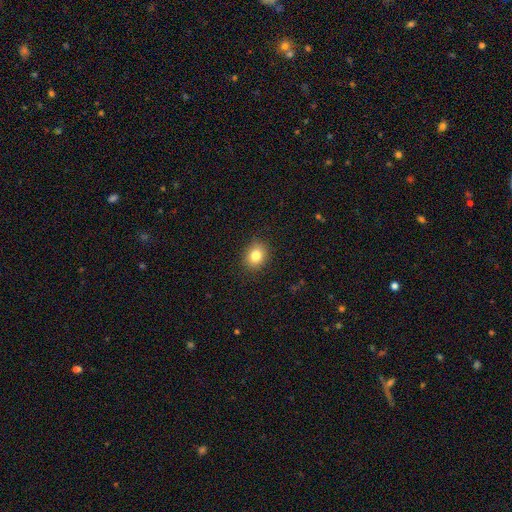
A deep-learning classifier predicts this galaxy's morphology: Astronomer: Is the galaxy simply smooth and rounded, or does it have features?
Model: smooth — 82%.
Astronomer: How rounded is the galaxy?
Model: round — 58% (runner-up: in between, 42%).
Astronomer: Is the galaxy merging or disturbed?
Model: none — 88%.